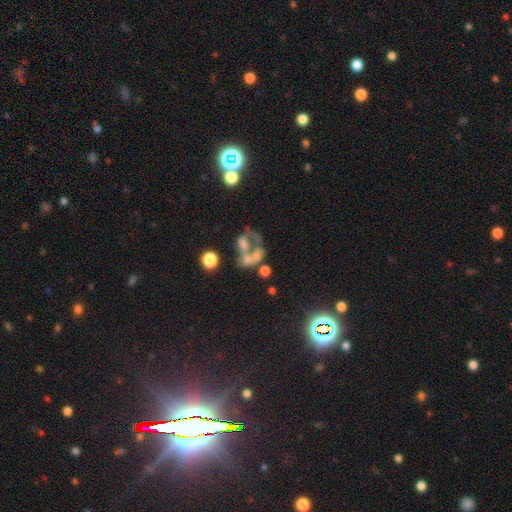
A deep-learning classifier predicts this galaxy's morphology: A featured or disk galaxy (46%). Merging: merger (47%).